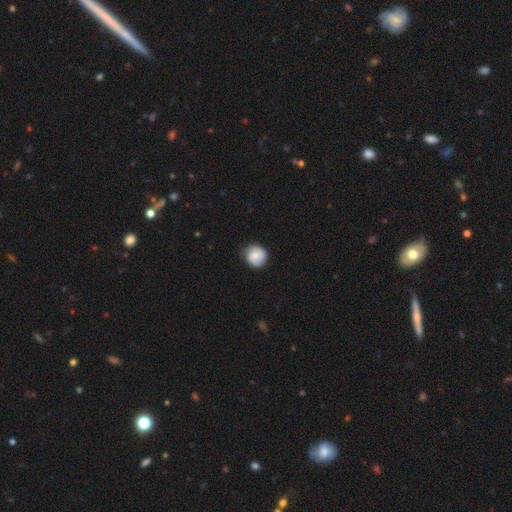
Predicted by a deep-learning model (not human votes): Morphology: type=smooth (65%); roundness=round (88%); merging=none (71%).